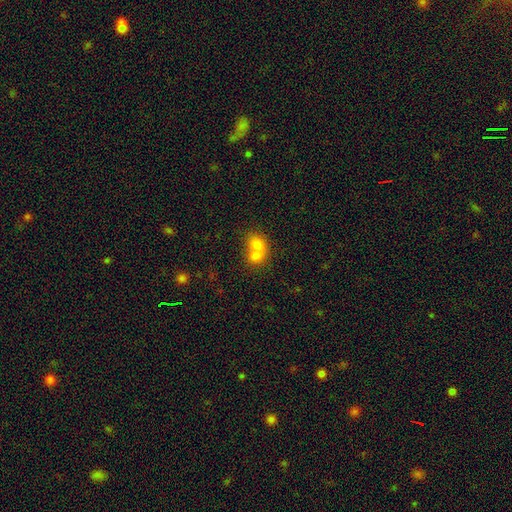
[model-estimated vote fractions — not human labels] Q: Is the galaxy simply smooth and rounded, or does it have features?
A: smooth — 73%.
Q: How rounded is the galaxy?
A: round — 56%.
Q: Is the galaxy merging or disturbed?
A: merger — 74%.